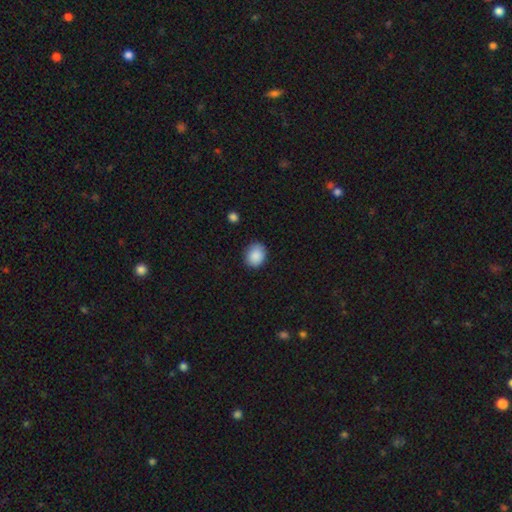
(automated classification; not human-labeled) smooth 89%, star or artifact 8%, featured or disk 4%. Down the decision tree: how rounded — round (52%); merging — none (84%).